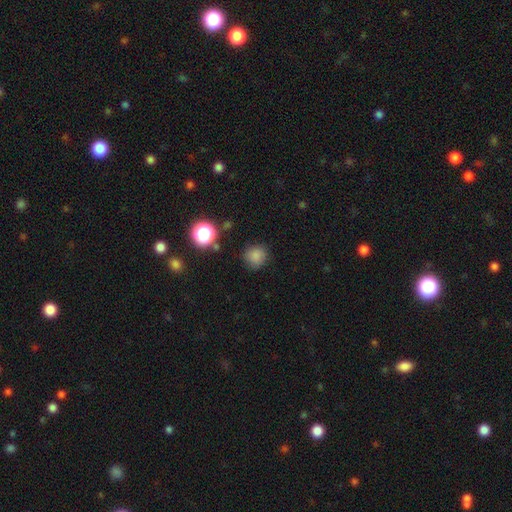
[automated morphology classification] Smooth or featured? smooth (80%)
How rounded? round (86%)
Merging? none (81%)